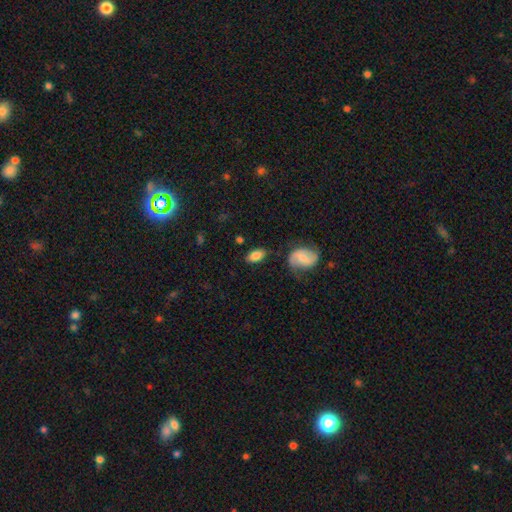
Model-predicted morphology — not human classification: This is likely a smooth galaxy (80%). How rounded: clearly in between (91%). Merging: likely none (77%).